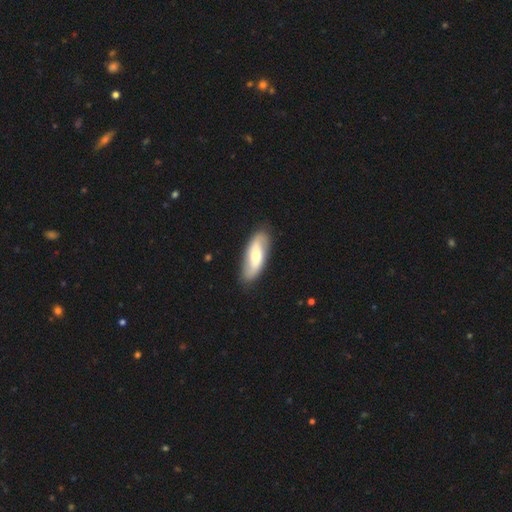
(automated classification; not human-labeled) This appears to be a featured or disk galaxy (51%). Merging: none (84%).